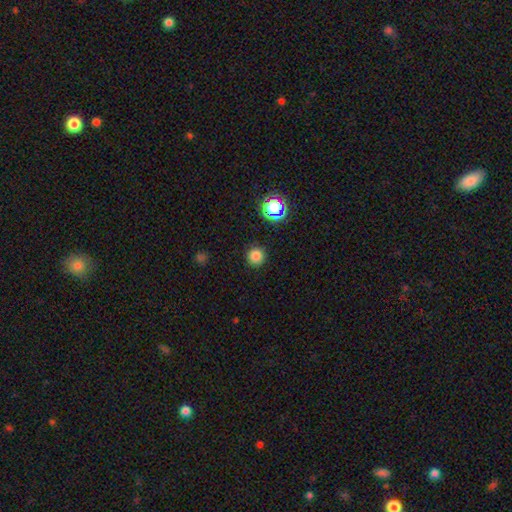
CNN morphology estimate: The model was most divided on "smooth or featured": smooth: 78%, star or artifact: 17%, featured or disk: 4%. More confident: how rounded — round (95%); merging — none (90%).